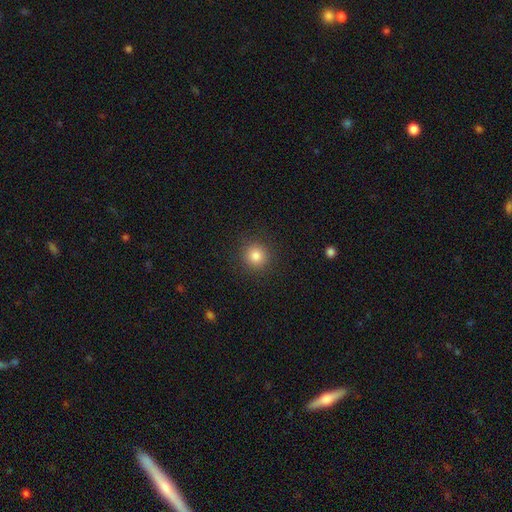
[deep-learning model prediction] smooth-or-featured: smooth: 83% | star or artifact: 11% | featured or disk: 5%
  how-rounded: round: 93% | in between: 6% | cigar-shaped: 1%
  merging: none: 90% | minor disturbance: 6% | major disturbance: 2% | merger: 1%